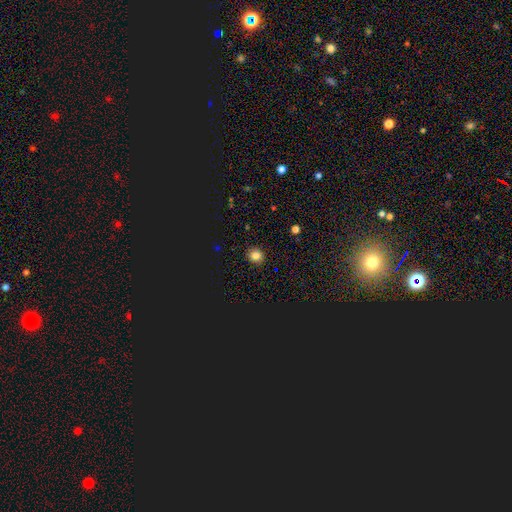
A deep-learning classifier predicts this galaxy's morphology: Smooth or featured? Predicted: smooth (p=0.80). How rounded? Predicted: round (p=0.85). Merging? Predicted: none (p=0.91).